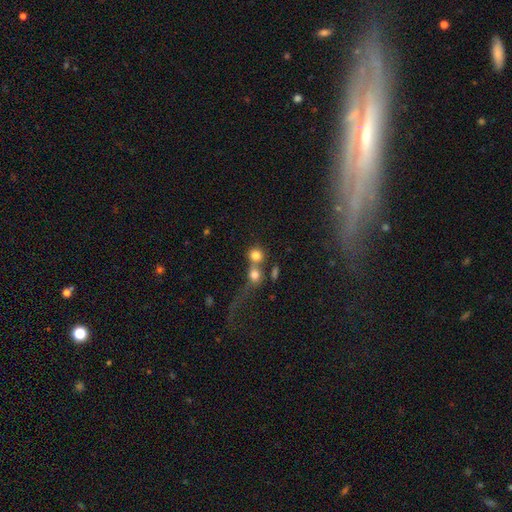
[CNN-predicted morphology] Overall: smooth (77%). How rounded: round (83%). Merging: merger (53%; none 33%).